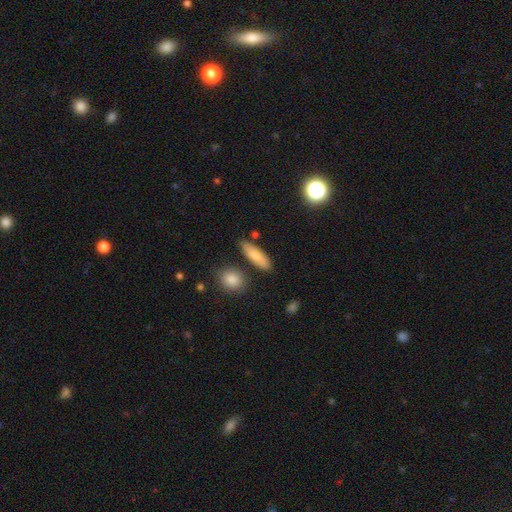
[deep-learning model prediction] A smooth galaxy with no disk features (83%) that is in between round and cigar-shaped (52%). Merging: none (81%).